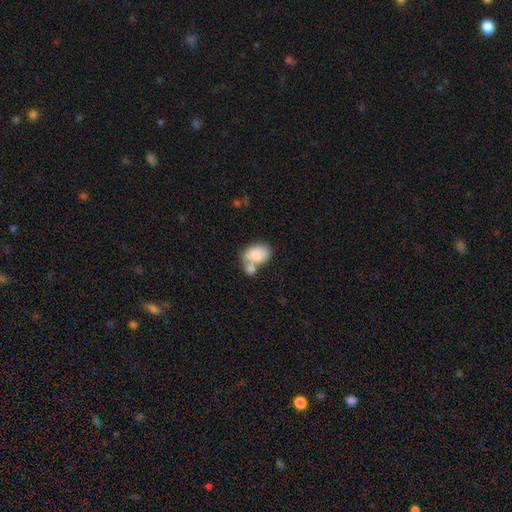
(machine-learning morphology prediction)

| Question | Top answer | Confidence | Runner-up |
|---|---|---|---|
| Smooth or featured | smooth | 77% | featured or disk (16%) |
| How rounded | in between | 77% | round (21%) |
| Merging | merger | 55% | none (26%) |